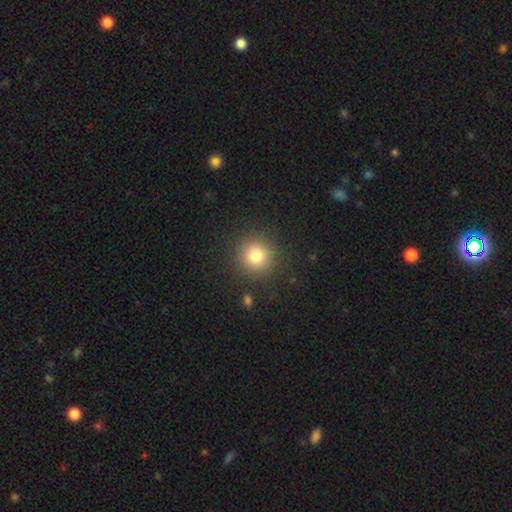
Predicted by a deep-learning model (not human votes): smooth 80%, star or artifact 13%, featured or disk 8%. Down the decision tree: how rounded — round (94%); merging — none (89%).